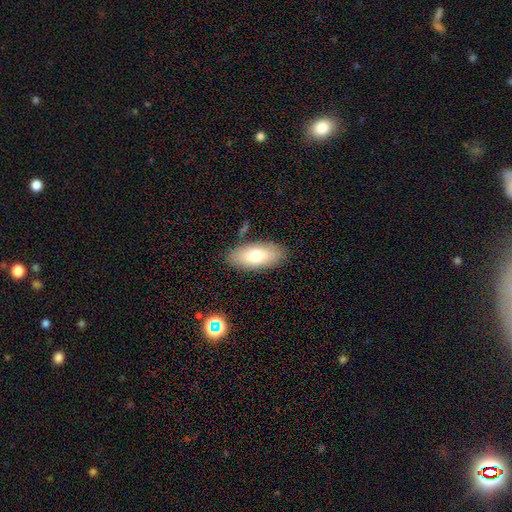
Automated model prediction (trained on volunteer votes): Smooth or featured? smooth (73%)
How rounded? in between (89%)
Merging? none (84%)